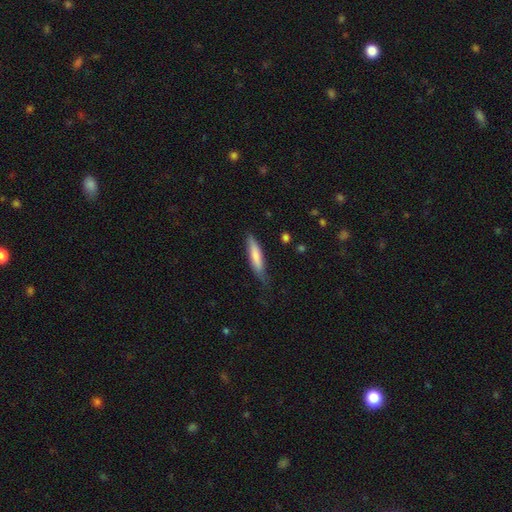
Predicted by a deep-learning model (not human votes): Smooth or featured? smooth (75%)
How rounded? cigar-shaped (81%)
Merging? none (67%)